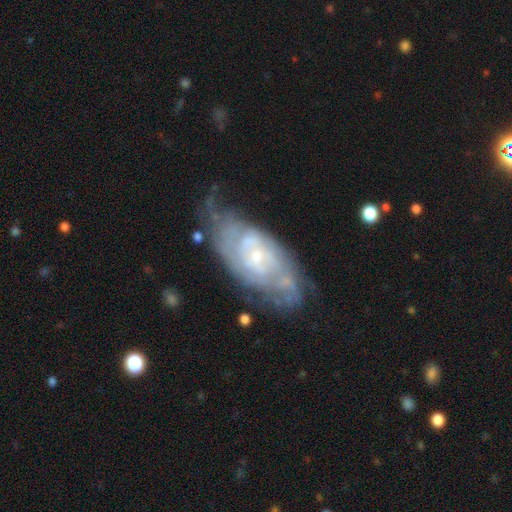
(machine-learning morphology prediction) smooth-or-featured: featured or disk: 80% | smooth: 14% | star or artifact: 6%
  disk-edge-on: no: 93% | yes: 7%
    bar: no: 61% | weak: 33% | strong: 7%
    has-spiral-arms: yes: 87% | no: 13%
      spiral-winding: tight: 58% | medium: 32% | loose: 10%
      spiral-arm-count: can't tell: 47% | 2: 30% | 3: 9% | 4: 6% | 1: 4% | more than 4: 4%
    bulge-size: small: 72% | moderate: 22% | none: 3% | large: 2% | dominant: 1%
  merging: none: 57% | minor disturbance: 25% | major disturbance: 14% | merger: 4%